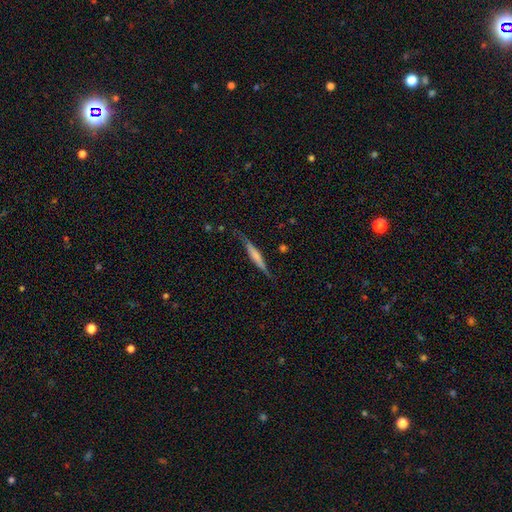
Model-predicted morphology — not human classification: Smooth or featured?
  - featured or disk: 49% *
  - smooth: 45%
  - star or artifact: 6%
Merging?
  - none: 73% *
  - minor disturbance: 20%
  - major disturbance: 5%
  - merger: 2%